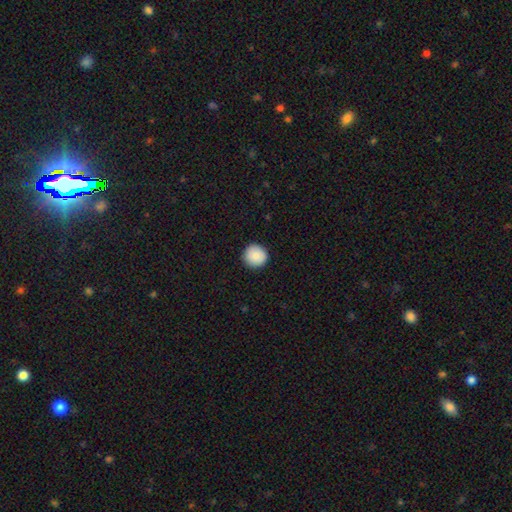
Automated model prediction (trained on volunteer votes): This appears to be a smooth galaxy with no disk features (88%) that is round (95%). Merging: none (92%).